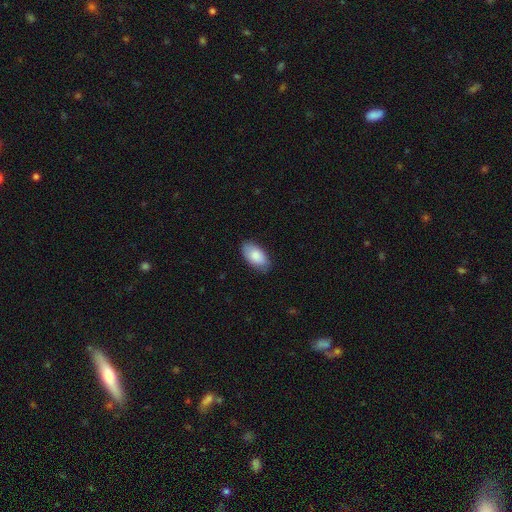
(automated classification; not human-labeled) A smooth galaxy with no disk features (85%) that is in between round and cigar-shaped (95%). Merging: none (84%).